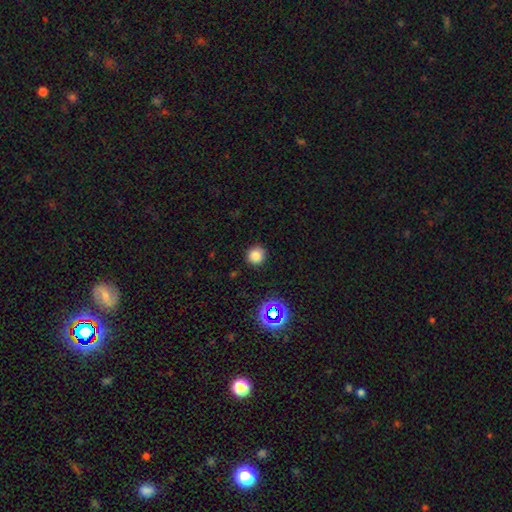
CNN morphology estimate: Q: Smooth or featured?
A: smooth (80%); runner-up: star or artifact (16%)
Q: How rounded?
A: round (93%); runner-up: in between (6%)
Q: Merging?
A: none (89%); runner-up: minor disturbance (7%)